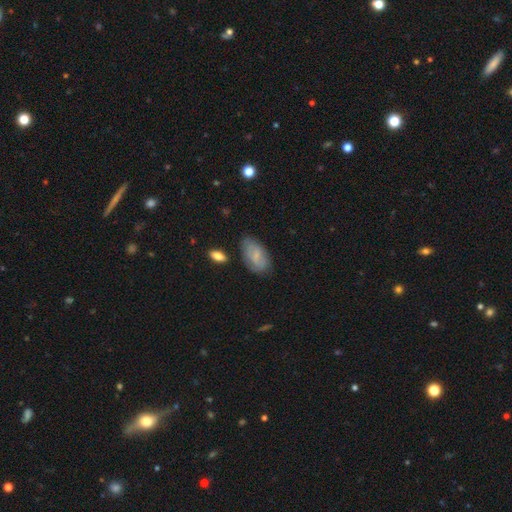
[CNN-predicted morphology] Smooth or featured? smooth (61%)
How rounded? in between (92%)
Merging? none (70%)